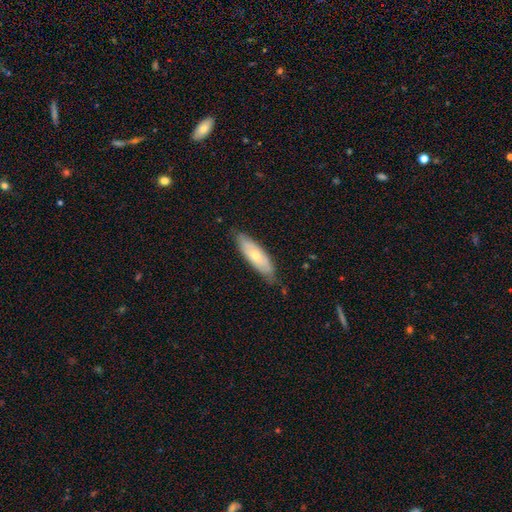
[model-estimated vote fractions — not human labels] Morphology: type=smooth (58%); roundness=in between (52%); merging=none (77%).